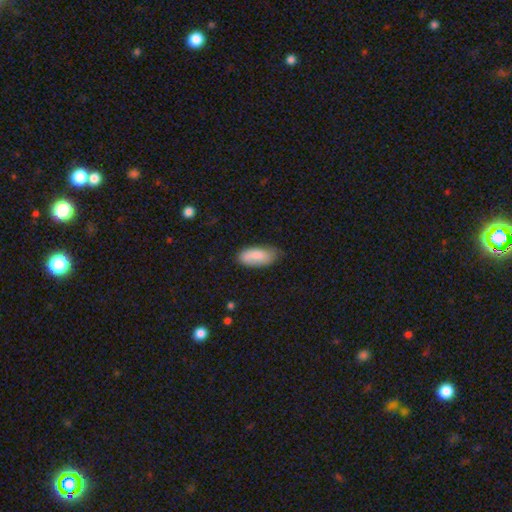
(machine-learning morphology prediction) smooth_or_featured: smooth (p=0.80) [alt: featured or disk p=0.14]
how_rounded: in between (p=0.89) [alt: cigar-shaped p=0.09]
merging: none (p=0.66) [alt: minor disturbance p=0.27]